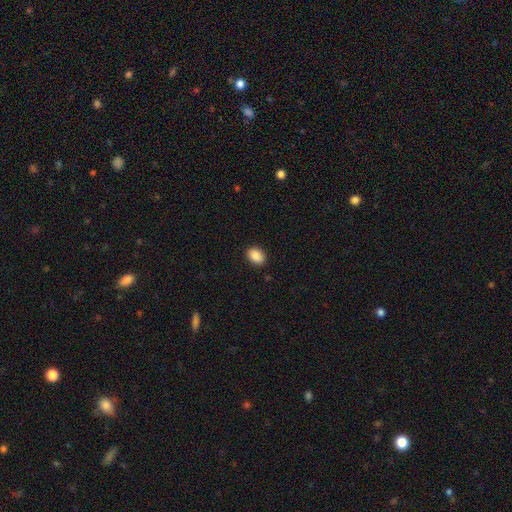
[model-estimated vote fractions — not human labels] Smooth or featured? smooth (89%)
How rounded? in between (76%)
Merging? none (89%)